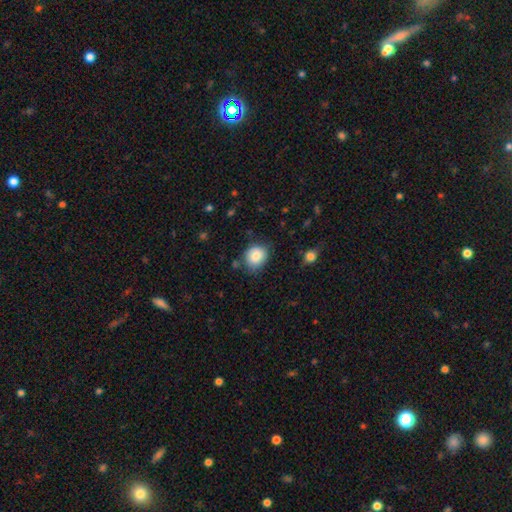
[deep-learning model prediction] smooth_or_featured: smooth (p=0.83) [alt: star or artifact p=0.09]
how_rounded: round (p=0.74) [alt: in between p=0.25]
merging: none (p=0.75) [alt: minor disturbance p=0.19]